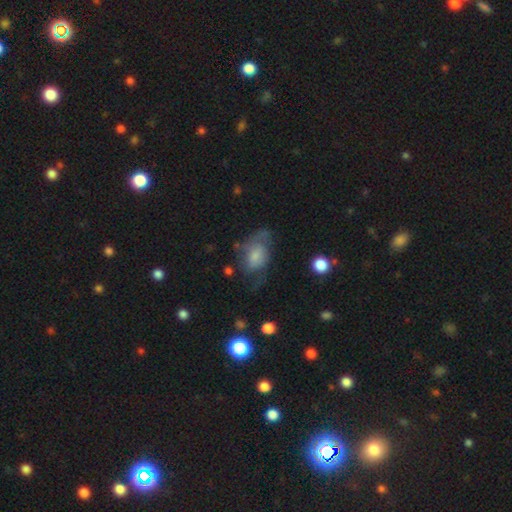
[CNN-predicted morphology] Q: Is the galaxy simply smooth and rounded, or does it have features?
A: smooth — 49%.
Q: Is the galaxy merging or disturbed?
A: none — 39%.